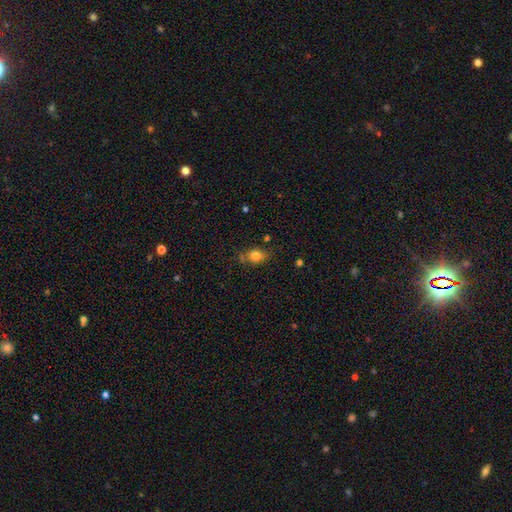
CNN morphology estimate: smooth-or-featured: smooth: 79% | star or artifact: 11% | featured or disk: 10%
  how-rounded: in between: 64% | round: 33% | cigar-shaped: 2%
  merging: none: 67% | minor disturbance: 21% | merger: 6% | major disturbance: 6%